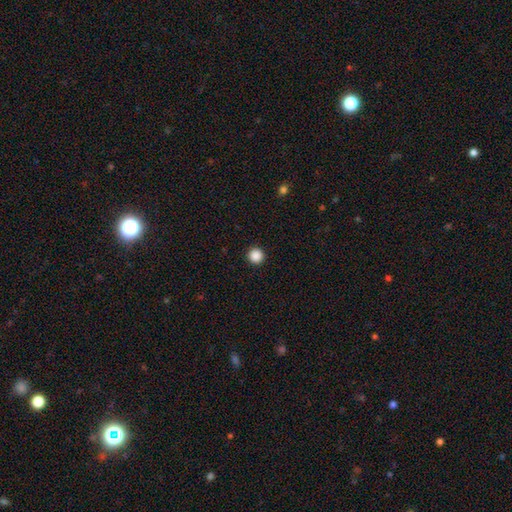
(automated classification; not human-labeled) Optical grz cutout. It shows a smooth galaxy with no disk features (88%) that is round (97%). Merging: none (94%).